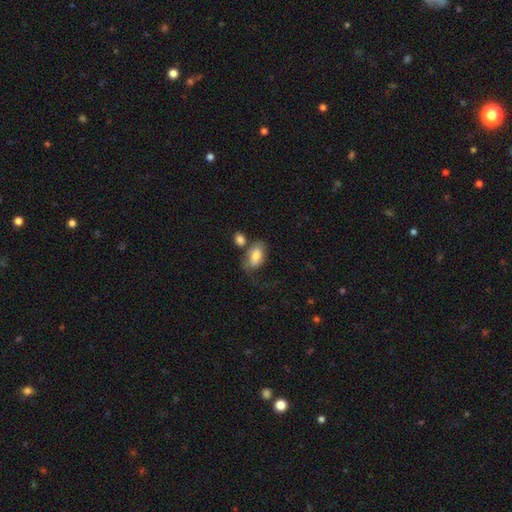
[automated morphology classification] type=smooth (75%); roundness=in between (90%); merging=none (35%).